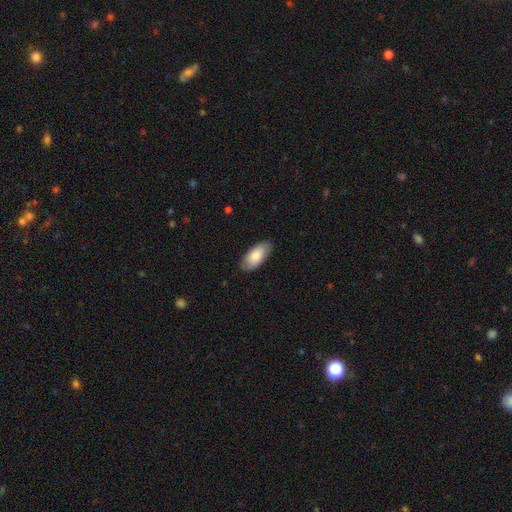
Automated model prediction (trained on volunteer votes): This is likely a smooth galaxy (79%). How rounded: clearly in between (92%). Merging: clearly none (84%).